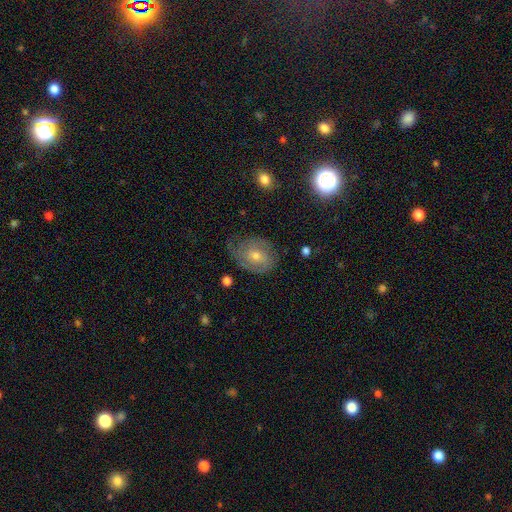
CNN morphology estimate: The model was most divided on "spiral arm count": 2: 41%, can't tell: 32%, 1: 11%, 3: 9%, 4: 3%, more than 4: 3%. More confident: edge-on disk — no (96%); spiral arms — yes (86%); bar — no (68%); smooth or featured — featured or disk (65%); merging — none (61%); bulge size — moderate (54%); spiral winding — tight (54%).